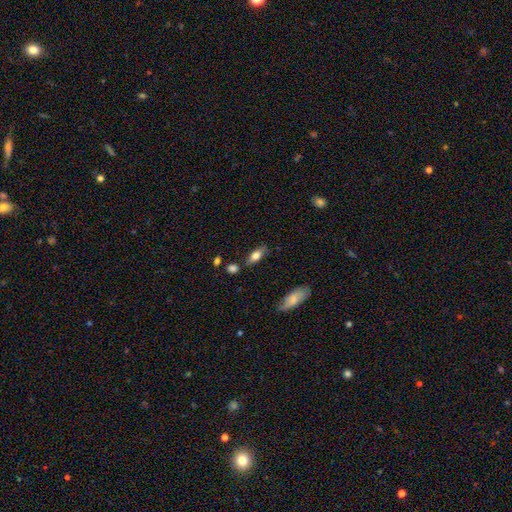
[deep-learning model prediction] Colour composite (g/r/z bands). It shows a smooth galaxy with no disk features (67%) that is in between round and cigar-shaped (73%). Merging: none (72%).